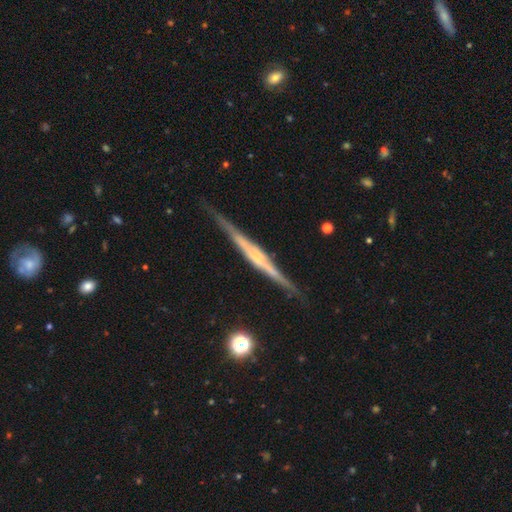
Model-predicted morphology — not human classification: A featured or disk galaxy (81%) viewed edge-on (98%) with a rounded central bulge (49%).

Vote fractions:
- Smooth or featured? featured or disk: 81% / smooth: 13% / star or artifact: 6%
- Edge-on disk? yes: 98% / no: 2%
- Edge-on bulge? rounded: 49% / boxy: 28% / none: 23%
- Merging? none: 86% / minor disturbance: 11% / major disturbance: 2% / merger: 1%